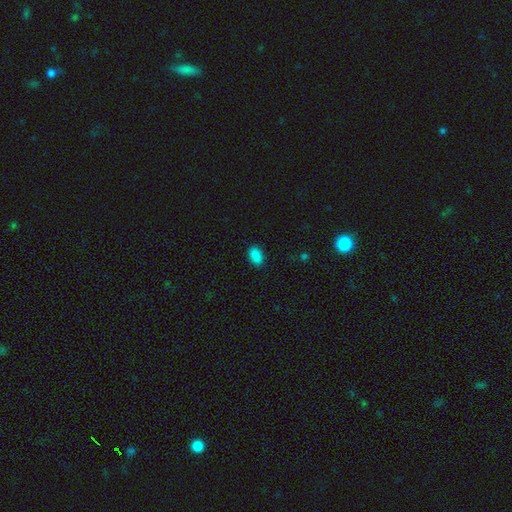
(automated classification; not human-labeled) Overall: smooth (87%). How rounded: in between (91%). Merging: none (88%).